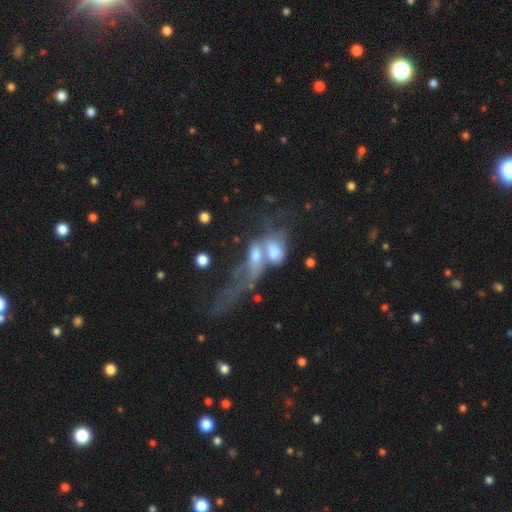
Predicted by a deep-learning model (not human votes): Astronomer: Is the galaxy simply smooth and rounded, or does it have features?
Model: smooth — 47% (runner-up: featured or disk, 41%).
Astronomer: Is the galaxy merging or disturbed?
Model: merger — 71%.